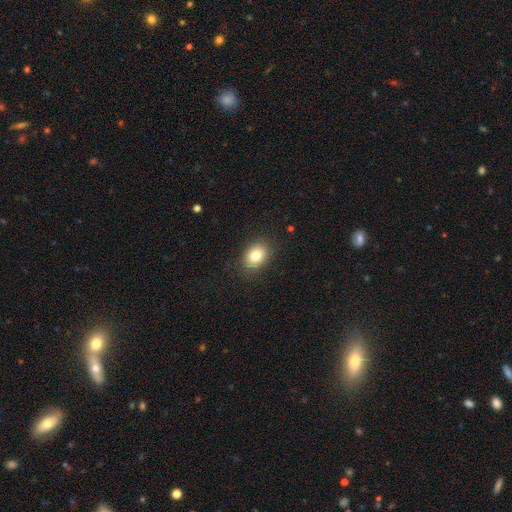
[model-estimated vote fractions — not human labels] This is clearly a smooth galaxy (82%). How rounded: likely in between (65%). Merging: clearly none (86%).